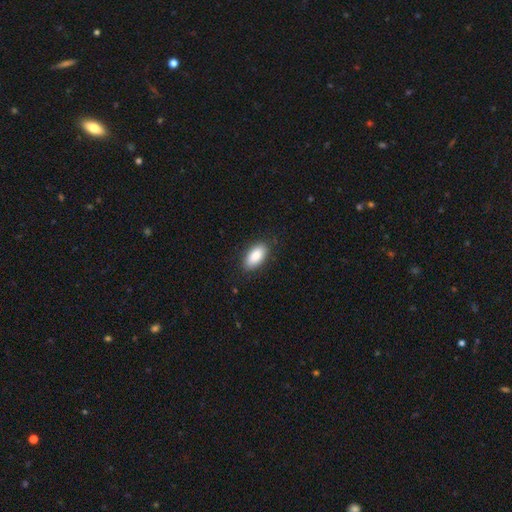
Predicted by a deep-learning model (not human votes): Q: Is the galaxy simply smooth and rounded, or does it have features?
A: smooth — 86%.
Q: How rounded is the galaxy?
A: in between — 92%.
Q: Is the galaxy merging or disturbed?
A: none — 87%.